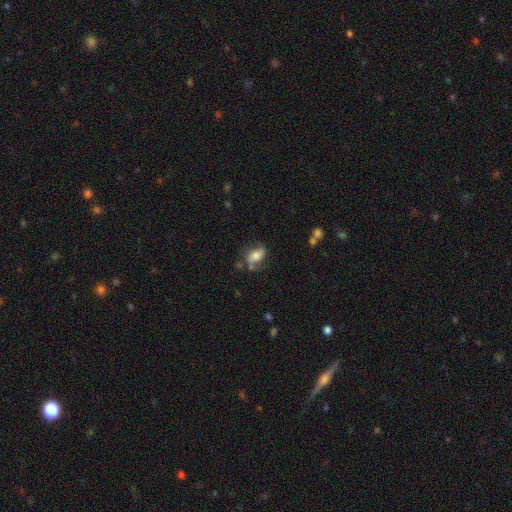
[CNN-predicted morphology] Q: Smooth or featured?
A: smooth (59%); runner-up: featured or disk (32%)
Q: How rounded?
A: in between (85%); runner-up: round (11%)
Q: Merging?
A: none (56%); runner-up: minor disturbance (25%)